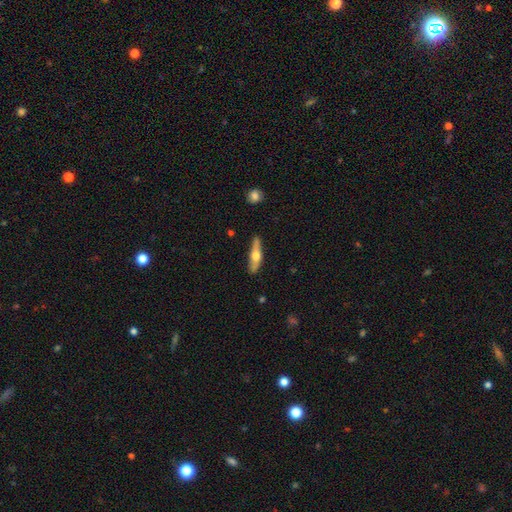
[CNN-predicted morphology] Q: Smooth or featured?
A: featured or disk (55%); runner-up: smooth (40%)
Q: Edge-on disk?
A: yes (92%); runner-up: no (8%)
Q: Edge-on bulge?
A: rounded (94%); runner-up: boxy (3%)
Q: Merging?
A: none (84%); runner-up: minor disturbance (12%)